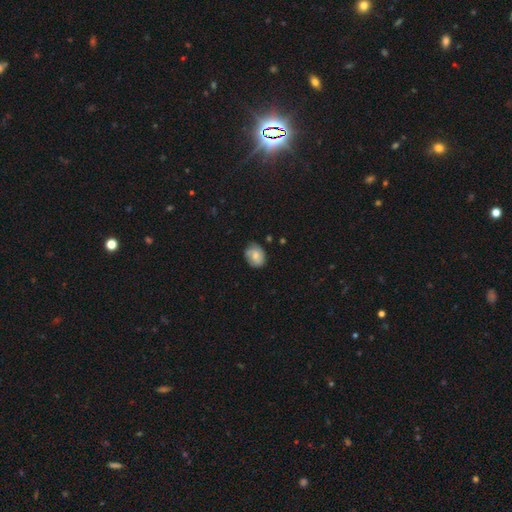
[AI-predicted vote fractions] Smooth or featured?
  - smooth: 64% *
  - featured or disk: 29%
  - star or artifact: 8%
How rounded?
  - in between: 52% *
  - round: 47%
  - cigar-shaped: 1%
Merging?
  - none: 69% *
  - minor disturbance: 24%
  - major disturbance: 5%
  - merger: 1%